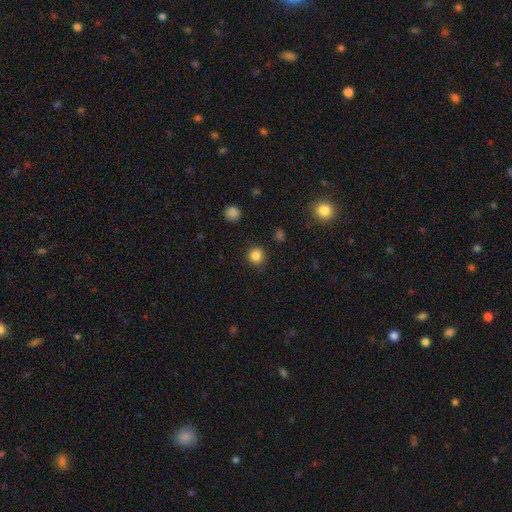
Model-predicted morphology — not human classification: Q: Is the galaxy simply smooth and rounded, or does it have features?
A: smooth — 85%.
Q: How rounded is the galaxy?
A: round — 91%.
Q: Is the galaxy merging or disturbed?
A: none — 89%.